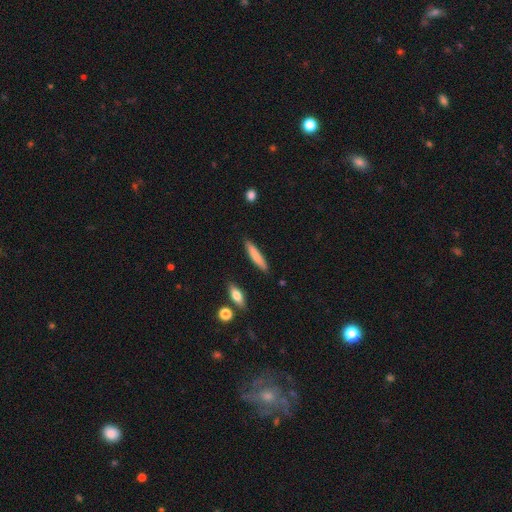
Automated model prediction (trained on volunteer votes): This is likely a smooth galaxy (80%). How rounded: clearly cigar-shaped (87%). Merging: clearly none (88%).